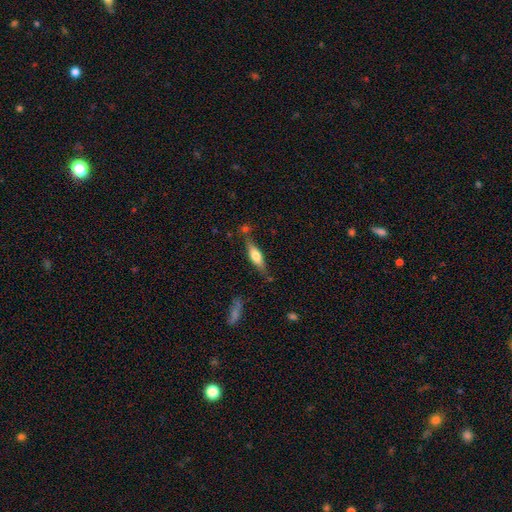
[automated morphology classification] This appears to be a smooth galaxy with no disk features (53%) that is cigar-shaped (58%). Merging: none (73%).